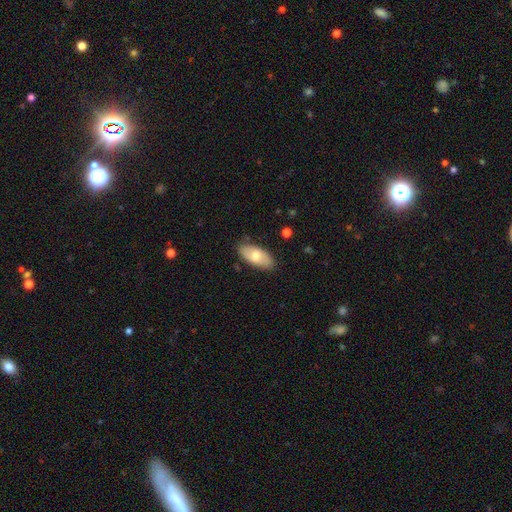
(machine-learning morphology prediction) Q: Smooth or featured?
A: smooth (70%); runner-up: featured or disk (24%)
Q: How rounded?
A: in between (91%); runner-up: cigar-shaped (6%)
Q: Merging?
A: none (85%); runner-up: minor disturbance (12%)